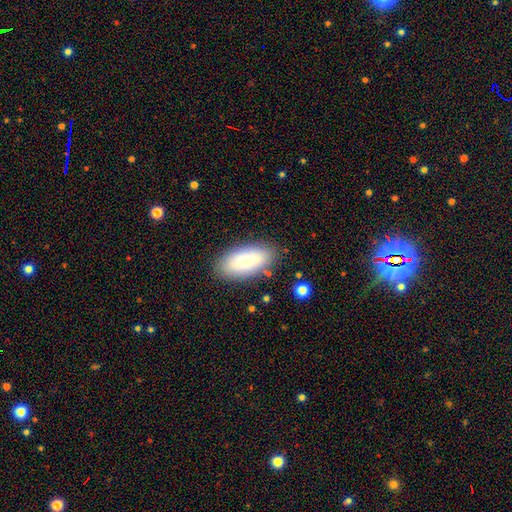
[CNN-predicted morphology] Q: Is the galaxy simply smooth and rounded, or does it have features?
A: smooth — 83%.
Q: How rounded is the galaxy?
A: in between — 90%.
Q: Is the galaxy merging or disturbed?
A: none — 81%.